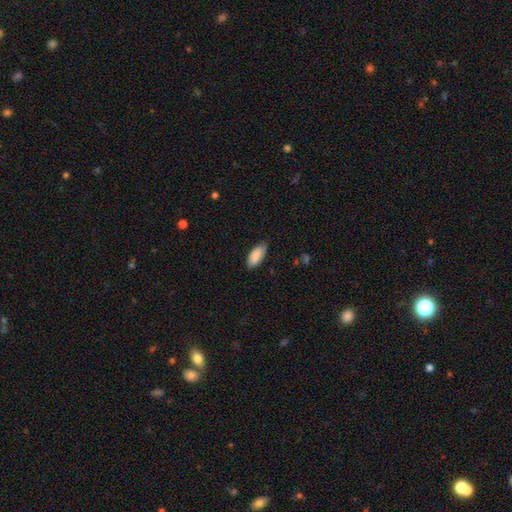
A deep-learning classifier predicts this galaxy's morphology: This is clearly a smooth galaxy (89%). How rounded: clearly in between (87%). Merging: likely none (79%).